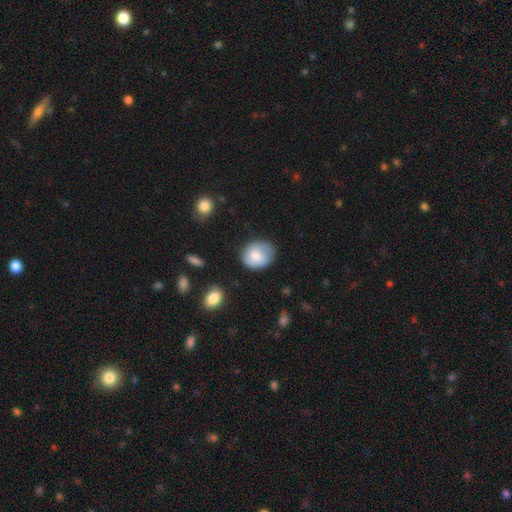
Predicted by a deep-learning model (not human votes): Smooth or featured?
  - smooth: 77% *
  - featured or disk: 16%
  - star or artifact: 8%
How rounded?
  - round: 59% *
  - in between: 40%
  - cigar-shaped: 1%
Merging?
  - none: 64% *
  - minor disturbance: 27%
  - major disturbance: 7%
  - merger: 2%